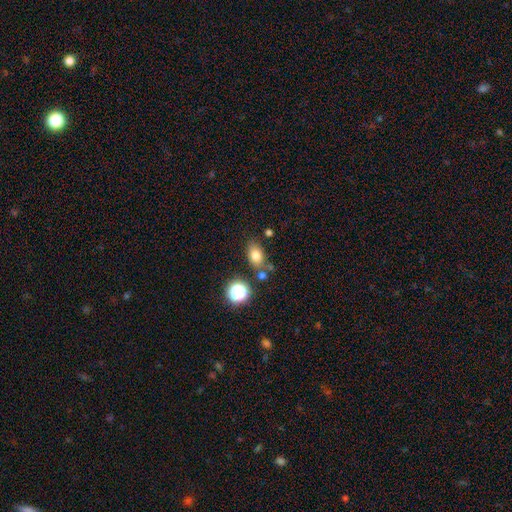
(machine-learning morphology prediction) This appears to be a smooth galaxy with no disk features (77%) that is in between round and cigar-shaped (77%). Merging: none (71%).